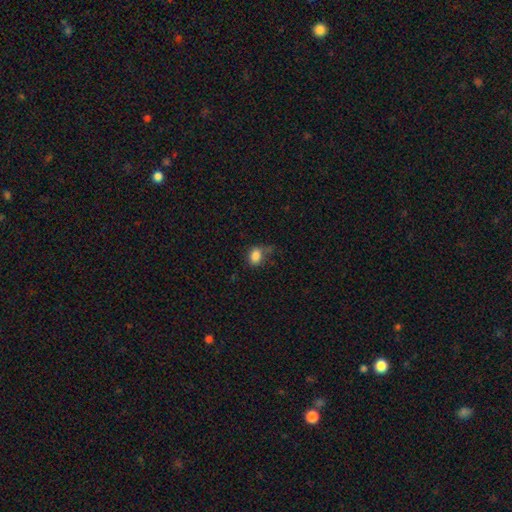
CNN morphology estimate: Q: Smooth or featured?
A: smooth (85%); runner-up: star or artifact (10%)
Q: How rounded?
A: in between (69%); runner-up: round (29%)
Q: Merging?
A: none (57%); runner-up: minor disturbance (27%)